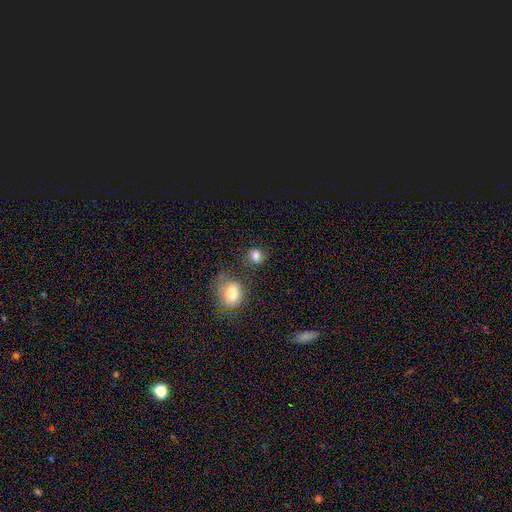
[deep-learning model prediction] Smooth or featured? Predicted: smooth (p=0.80). How rounded? Predicted: round (p=0.74). Merging? Predicted: none (p=0.65).